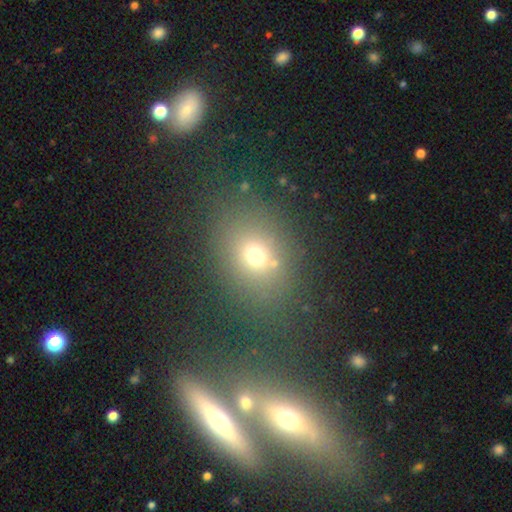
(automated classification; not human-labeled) Overall: smooth (67%). How rounded: in between (50%; round 48%). Merging: none (69%).